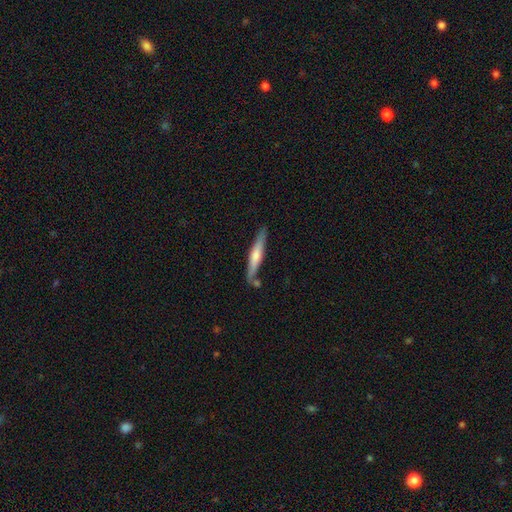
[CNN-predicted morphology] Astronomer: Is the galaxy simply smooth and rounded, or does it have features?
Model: featured or disk — 50% (runner-up: smooth, 44%).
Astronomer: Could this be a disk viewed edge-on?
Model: yes — 95%.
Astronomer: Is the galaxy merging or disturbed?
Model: none — 78%.